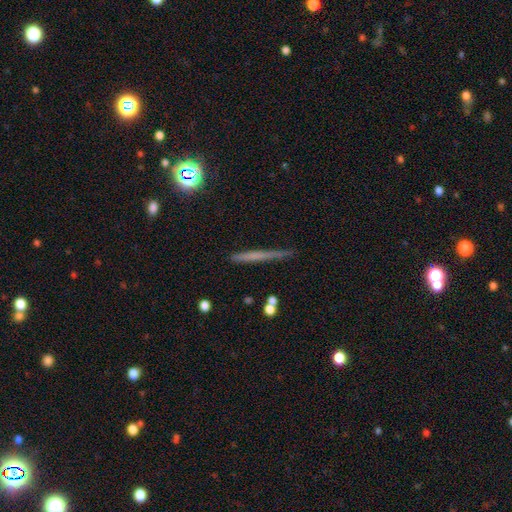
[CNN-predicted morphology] A smooth galaxy with no disk features (47%).

Vote fractions:
- Smooth or featured? smooth: 47% / featured or disk: 43% / star or artifact: 10%
- Merging? none: 85% / minor disturbance: 11% / major disturbance: 2% / merger: 2%